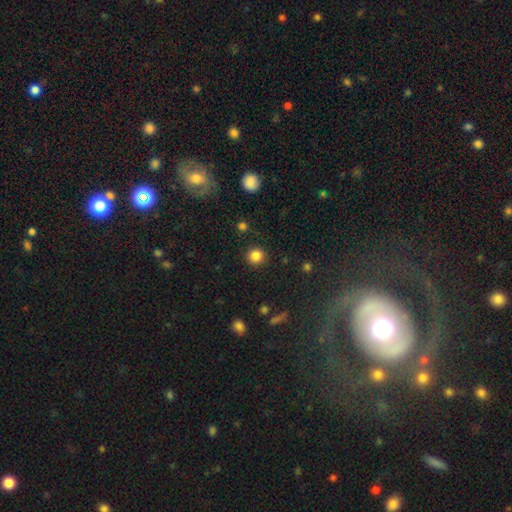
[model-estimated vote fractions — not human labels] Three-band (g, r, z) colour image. It shows a smooth galaxy with no disk features (85%) that is round (93%). Merging: none (91%).